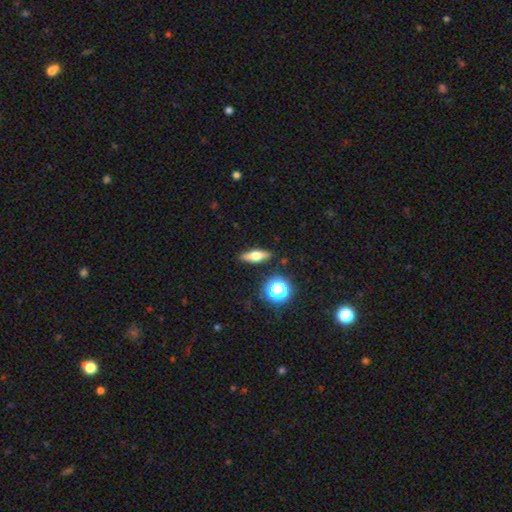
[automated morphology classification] smooth-or-featured: smooth: 47% | featured or disk: 43% | star or artifact: 10%
  merging: none: 88% | minor disturbance: 8% | merger: 2% | major disturbance: 2%